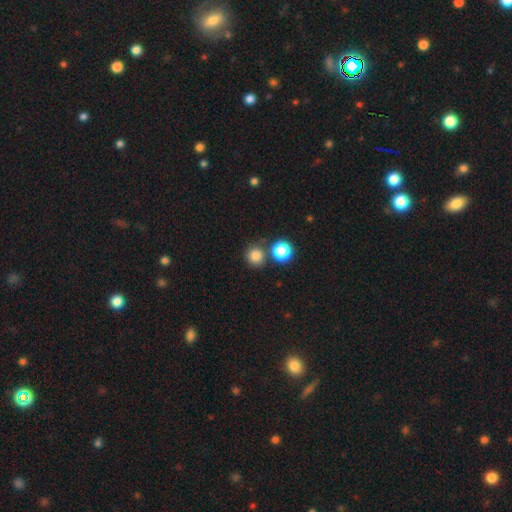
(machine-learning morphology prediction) Smooth or featured? Predicted: smooth (p=0.82). How rounded? Predicted: round (p=0.92). Merging? Predicted: none (p=0.71).